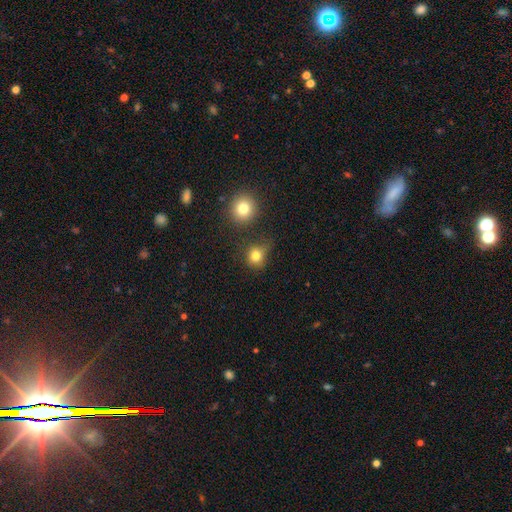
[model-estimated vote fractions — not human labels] This appears to be a smooth galaxy with no disk features (80%) that is round (83%). Merging: none (64%).